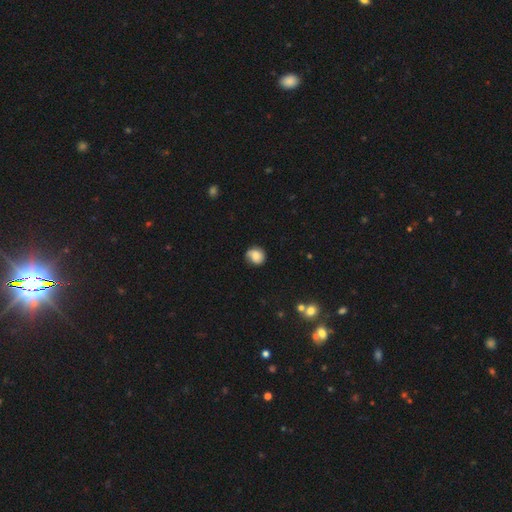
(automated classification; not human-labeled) The model was most divided on "merging": none: 67%, minor disturbance: 25%, major disturbance: 7%, merger: 2%. More confident: how rounded — round (78%); smooth or featured — smooth (67%).